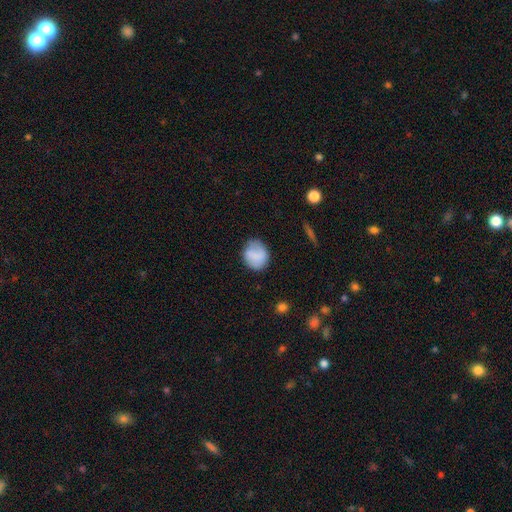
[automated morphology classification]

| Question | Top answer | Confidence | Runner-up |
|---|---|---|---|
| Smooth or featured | smooth | 78% | featured or disk (15%) |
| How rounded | round | 74% | in between (25%) |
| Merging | none | 71% | minor disturbance (20%) |